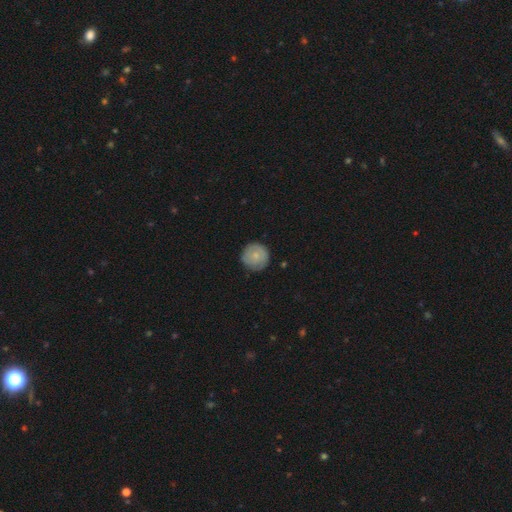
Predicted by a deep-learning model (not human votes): Smooth or featured?
  - smooth: 67% *
  - featured or disk: 27%
  - star or artifact: 6%
How rounded?
  - round: 95% *
  - in between: 4%
  - cigar-shaped: 1%
Merging?
  - none: 83% *
  - minor disturbance: 13%
  - major disturbance: 3%
  - merger: 1%